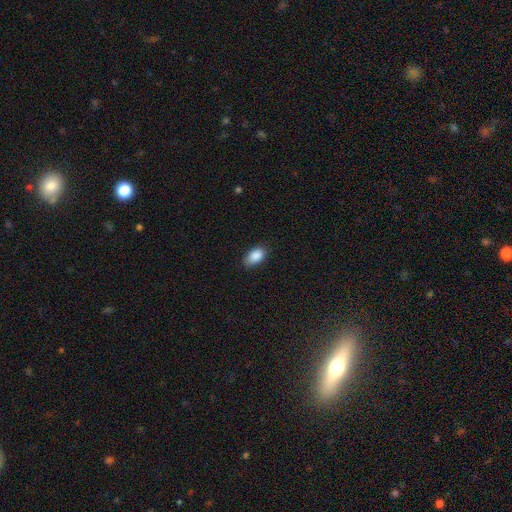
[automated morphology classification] smooth_or_featured: smooth (p=0.89) [alt: star or artifact p=0.07]
how_rounded: in between (p=0.92) [alt: round p=0.05]
merging: none (p=0.82) [alt: minor disturbance p=0.15]